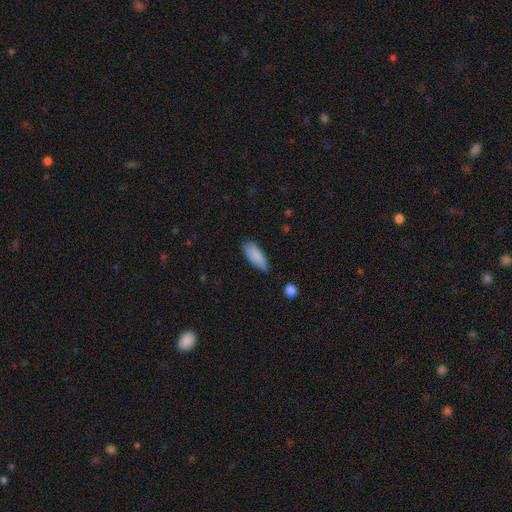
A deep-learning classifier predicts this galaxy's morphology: Smooth or featured? smooth (86%)
How rounded? in between (72%)
Merging? none (70%)